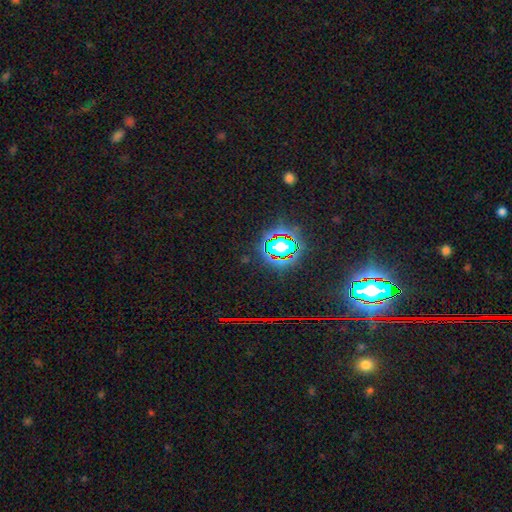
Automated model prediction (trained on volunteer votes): A star or artifact, not a galaxy (83%).

Vote fractions:
- Smooth or featured? star or artifact: 83% / smooth: 9% / featured or disk: 8%